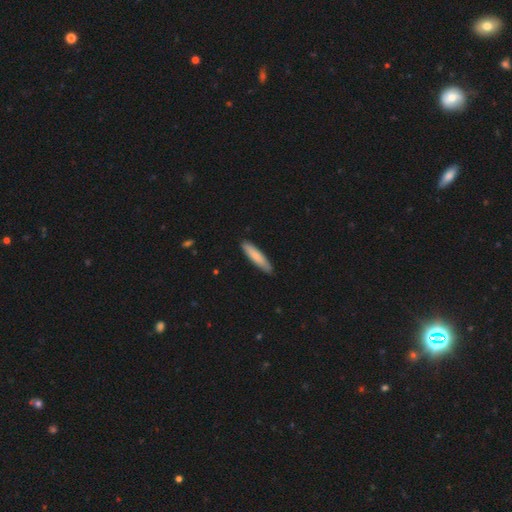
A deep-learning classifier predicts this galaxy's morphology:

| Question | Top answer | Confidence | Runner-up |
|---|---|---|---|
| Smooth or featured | smooth | 80% | featured or disk (15%) |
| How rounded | cigar-shaped | 82% | in between (17%) |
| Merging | none | 88% | minor disturbance (9%) |